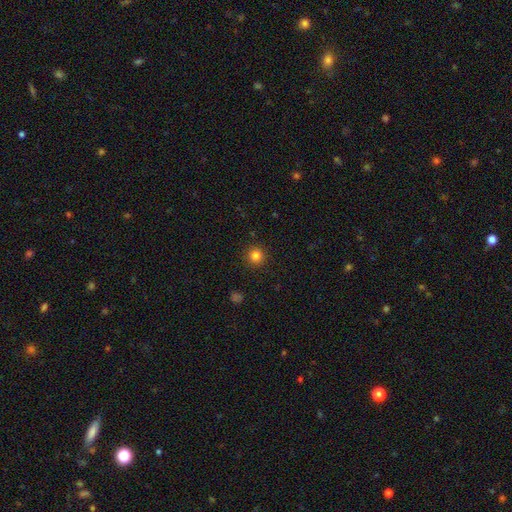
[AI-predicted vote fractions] Smooth or featured? smooth (82%)
How rounded? round (95%)
Merging? none (92%)